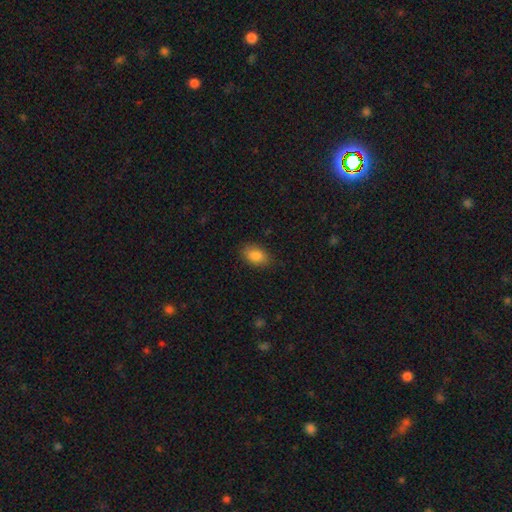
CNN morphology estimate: Q: Smooth or featured?
A: smooth (86%); runner-up: star or artifact (8%)
Q: How rounded?
A: in between (87%); runner-up: round (11%)
Q: Merging?
A: none (85%); runner-up: minor disturbance (11%)